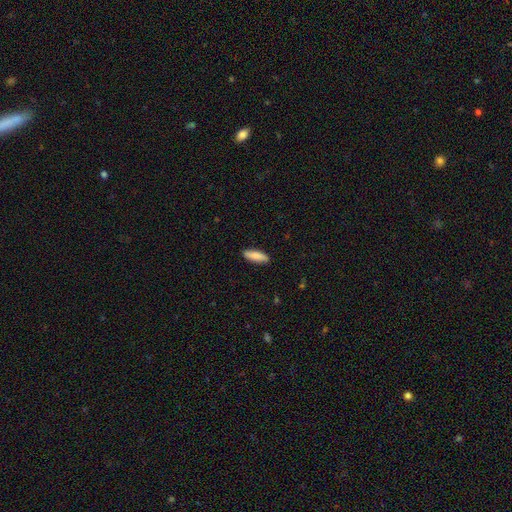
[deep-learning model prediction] smooth-or-featured: smooth: 86% | featured or disk: 9% | star or artifact: 6%
  how-rounded: in between: 50% | cigar-shaped: 48% | round: 2%
  merging: none: 87% | minor disturbance: 10% | major disturbance: 2% | merger: 1%